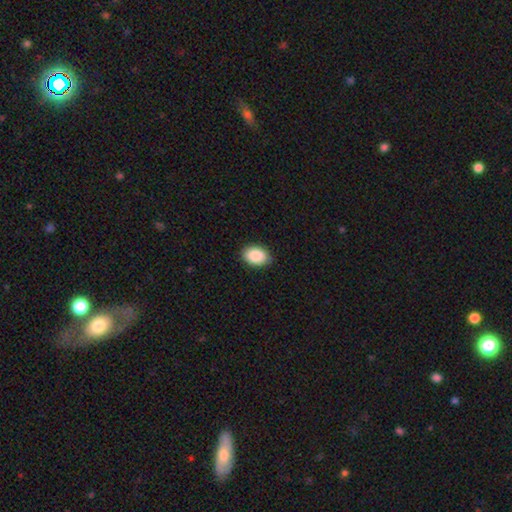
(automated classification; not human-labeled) smooth 90%, star or artifact 7%, featured or disk 3%. Down the decision tree: how rounded — in between (84%); merging — none (87%).